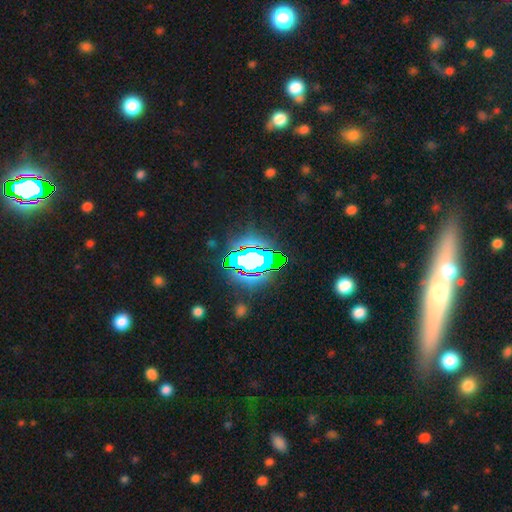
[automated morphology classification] A star or artifact, not a galaxy (65%).